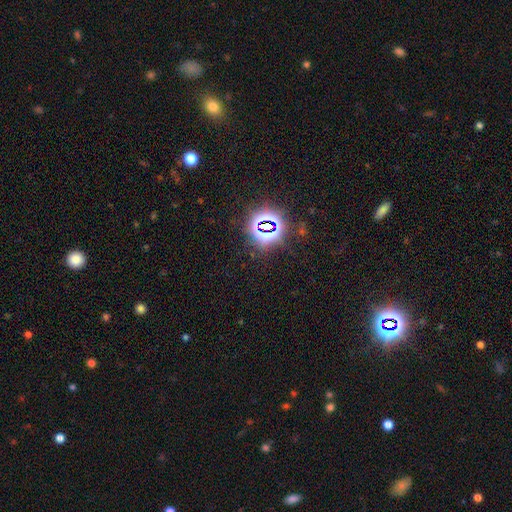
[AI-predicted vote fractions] Smooth or featured? Predicted: star or artifact (p=0.81).